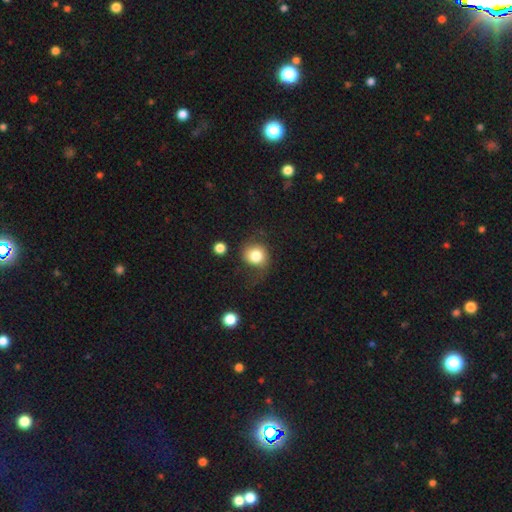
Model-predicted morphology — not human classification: Smooth or featured: smooth — 77% (featured or disk — 14%)
How rounded: round — 79% (in between — 20%)
Merging: none — 53% (minor disturbance — 24%)